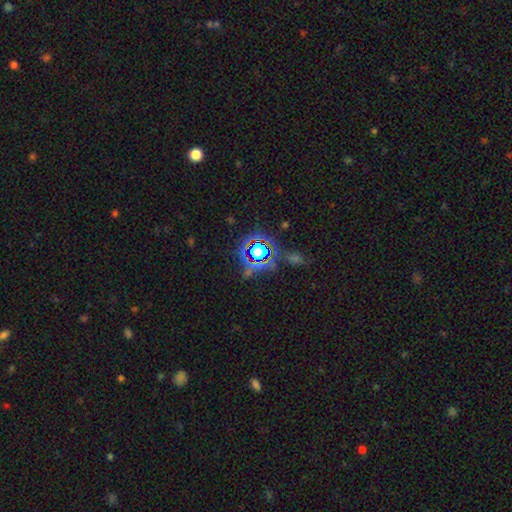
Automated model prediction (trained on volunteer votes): Morphology: type=star or artifact (77%).